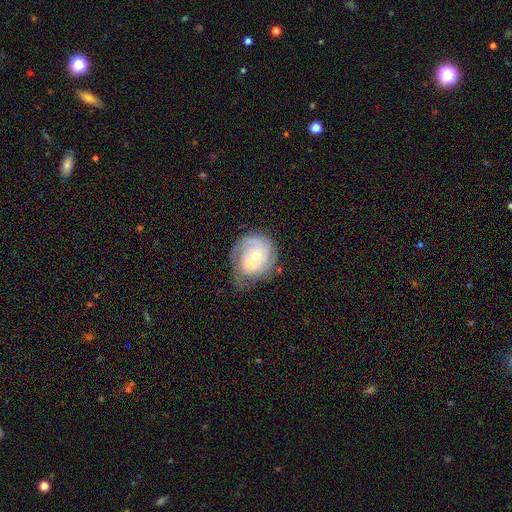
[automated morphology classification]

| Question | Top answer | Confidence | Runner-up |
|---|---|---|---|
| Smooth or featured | featured or disk | 74% | smooth (19%) |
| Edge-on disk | no | 97% | yes (3%) |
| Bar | no | 74% | weak (22%) |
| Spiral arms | yes | 86% | no (14%) |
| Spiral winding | tight | 66% | medium (27%) |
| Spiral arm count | can't tell | 35% | 2 (32%) |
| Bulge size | moderate | 51% | small (43%) |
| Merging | none | 40% | merger (33%) |